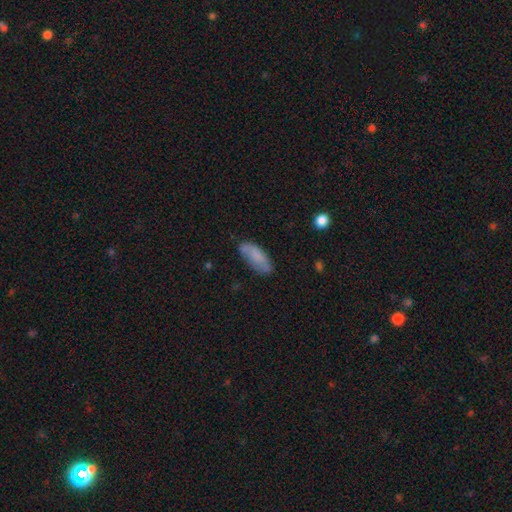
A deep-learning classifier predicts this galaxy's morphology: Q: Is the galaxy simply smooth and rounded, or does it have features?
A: smooth — 76%.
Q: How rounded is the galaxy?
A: in between — 77%.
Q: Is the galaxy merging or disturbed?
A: none — 68%.